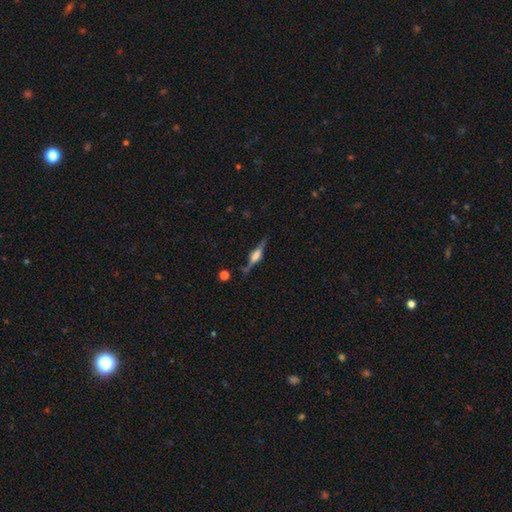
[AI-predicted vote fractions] A featured or disk galaxy (73%) viewed edge-on (97%) with a rounded central bulge (66%).

Vote fractions:
- Smooth or featured? featured or disk: 73% / smooth: 19% / star or artifact: 7%
- Edge-on disk? yes: 97% / no: 3%
- Edge-on bulge? rounded: 66% / boxy: 30% / none: 4%
- Merging? none: 78% / minor disturbance: 14% / major disturbance: 5% / merger: 3%